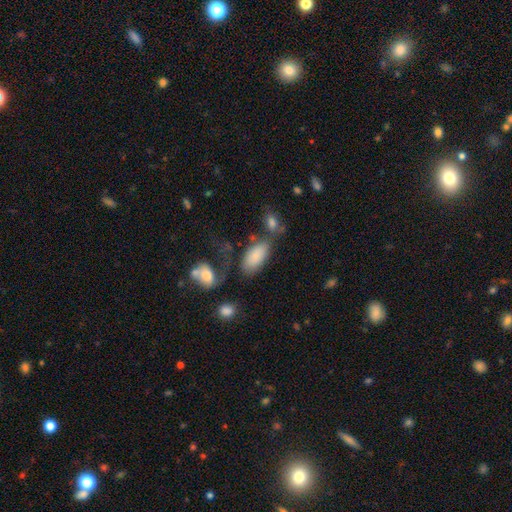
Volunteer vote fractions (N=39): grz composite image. It shows a smooth galaxy with no disk features (79%) that is in between round and cigar-shaped (100%). Merging: none (44%).